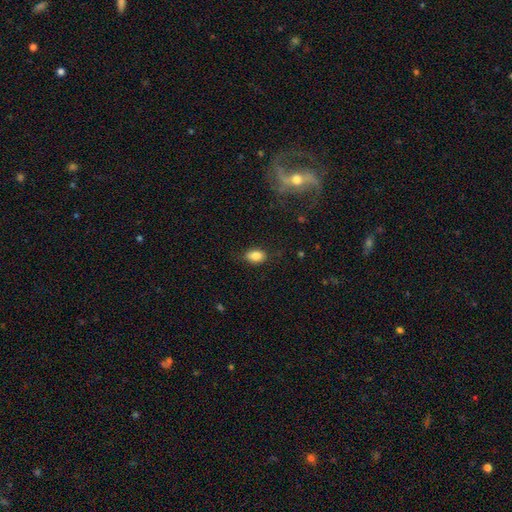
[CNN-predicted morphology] type=smooth (85%); roundness=in between (83%); merging=none (80%).